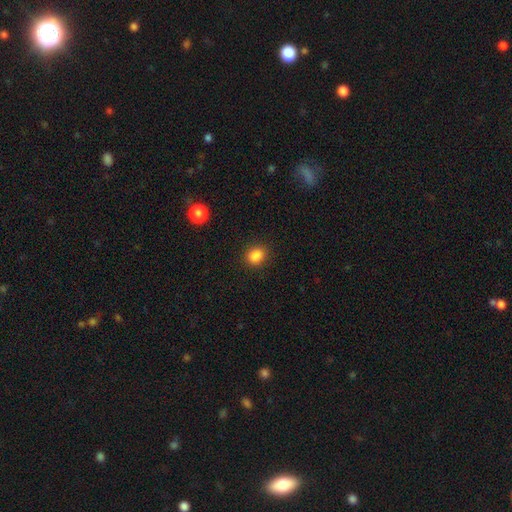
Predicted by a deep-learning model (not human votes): Q: Smooth or featured?
A: smooth (86%); runner-up: star or artifact (11%)
Q: How rounded?
A: round (52%); runner-up: in between (47%)
Q: Merging?
A: none (86%); runner-up: minor disturbance (10%)